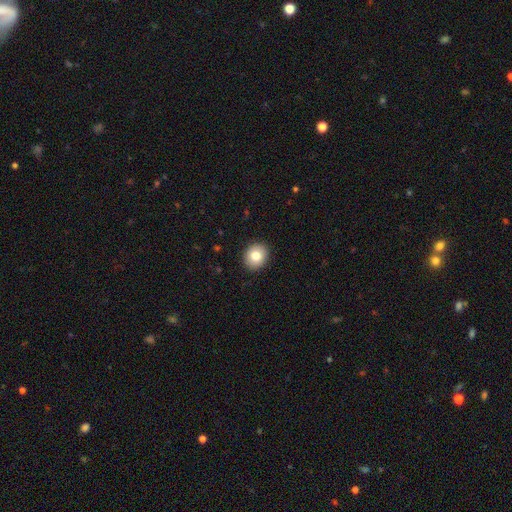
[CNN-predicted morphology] smooth 83%, star or artifact 9%, featured or disk 8%. Down the decision tree: how rounded — round (68%); merging — none (91%).